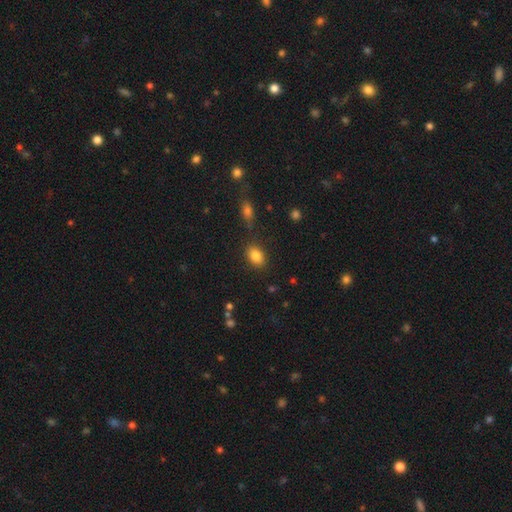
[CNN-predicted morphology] Smooth or featured? smooth (85%)
How rounded? in between (79%)
Merging? none (82%)